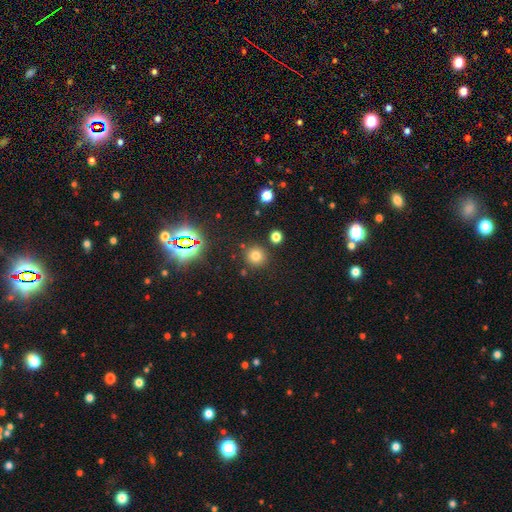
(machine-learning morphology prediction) This appears to be a smooth galaxy with no disk features (72%) that is round (92%). Merging: none (85%).